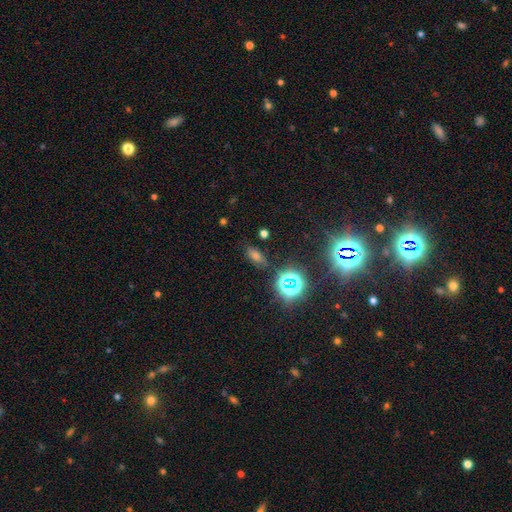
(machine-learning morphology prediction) Smooth or featured? star or artifact (48%)